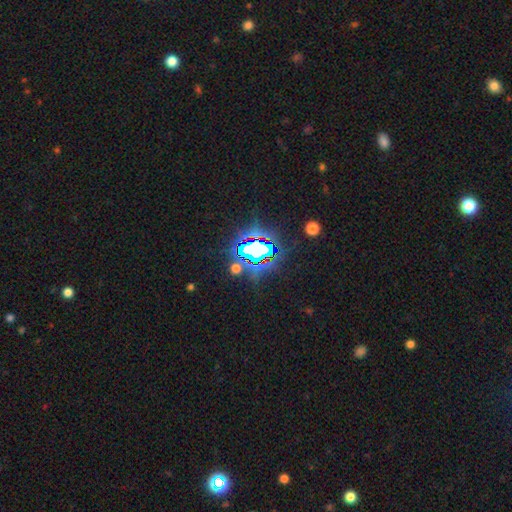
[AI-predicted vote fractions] Smooth or featured? star or artifact (83%)